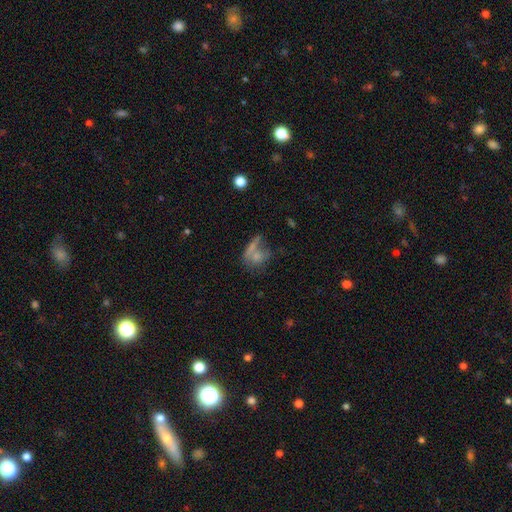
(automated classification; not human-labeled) A smooth galaxy with no disk features (67%) that is in between round and cigar-shaped (48%). Merging: none (38%).